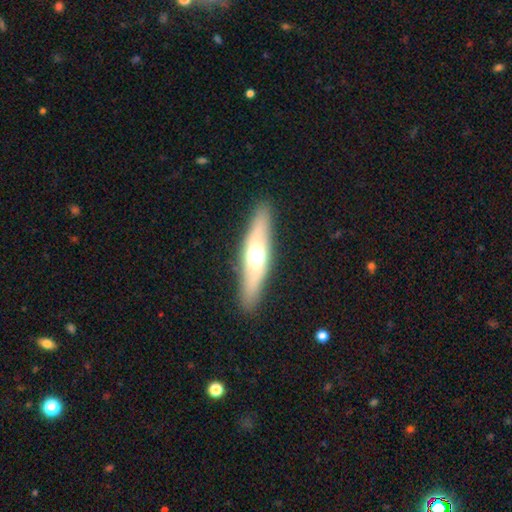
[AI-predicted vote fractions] Smooth or featured? Predicted: featured or disk (p=0.48). Merging? Predicted: none (p=0.88).